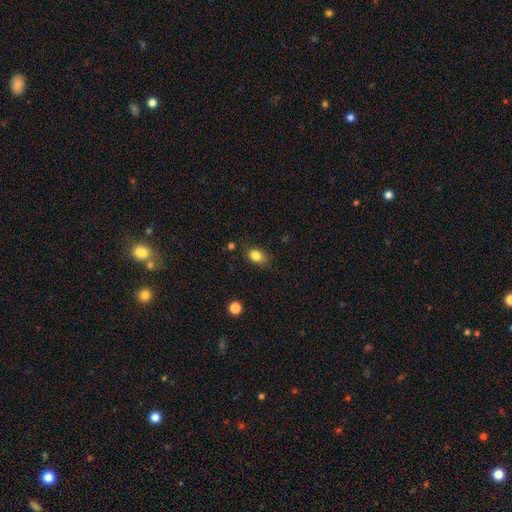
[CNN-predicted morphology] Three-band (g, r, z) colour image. It shows a smooth galaxy with no disk features (83%) that is in between round and cigar-shaped (72%). Merging: none (79%).